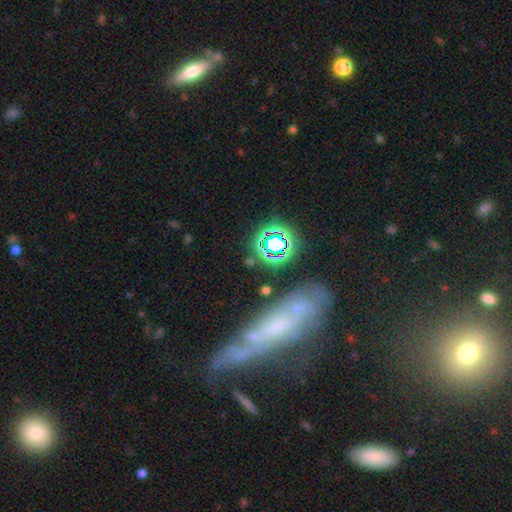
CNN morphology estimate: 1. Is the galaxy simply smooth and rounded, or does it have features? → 61% featured or disk, 23% smooth, 16% star or artifact.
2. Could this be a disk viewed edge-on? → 62% no, 38% yes.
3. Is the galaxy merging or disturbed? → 54% none, 24% minor disturbance, 14% major disturbance, 9% merger.